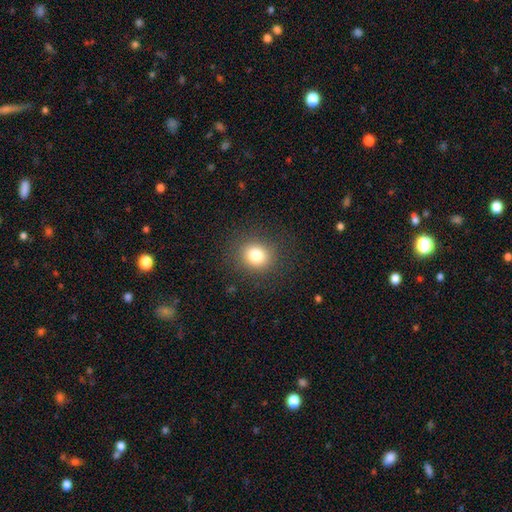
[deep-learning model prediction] This appears to be a smooth galaxy with no disk features (80%) that is round (80%). Merging: none (88%).